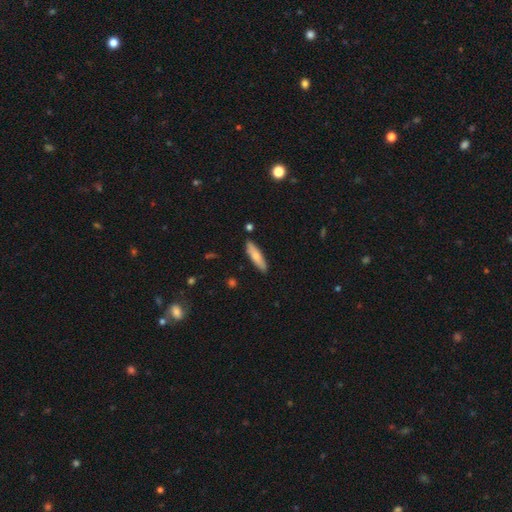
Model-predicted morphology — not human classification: Smooth or featured?
  - smooth: 73% *
  - featured or disk: 21%
  - star or artifact: 6%
How rounded?
  - cigar-shaped: 73% *
  - in between: 25%
  - round: 2%
Merging?
  - none: 86% *
  - minor disturbance: 10%
  - merger: 2%
  - major disturbance: 2%